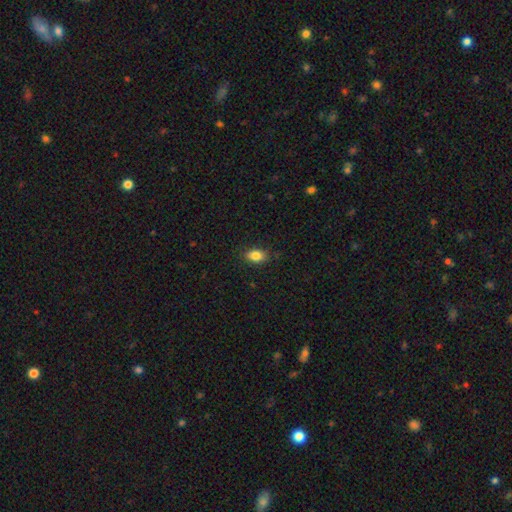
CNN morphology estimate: type=smooth (85%); roundness=in between (84%); merging=none (86%).